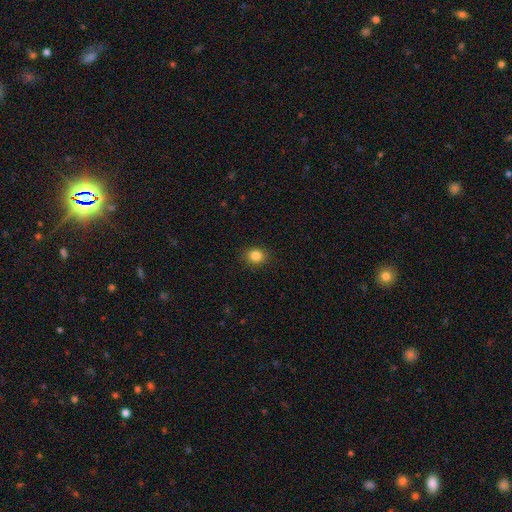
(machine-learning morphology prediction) Smooth or featured?
  - smooth: 84% *
  - star or artifact: 11%
  - featured or disk: 5%
How rounded?
  - round: 68% *
  - in between: 32%
  - cigar-shaped: 1%
Merging?
  - none: 89% *
  - minor disturbance: 8%
  - major disturbance: 2%
  - merger: 1%